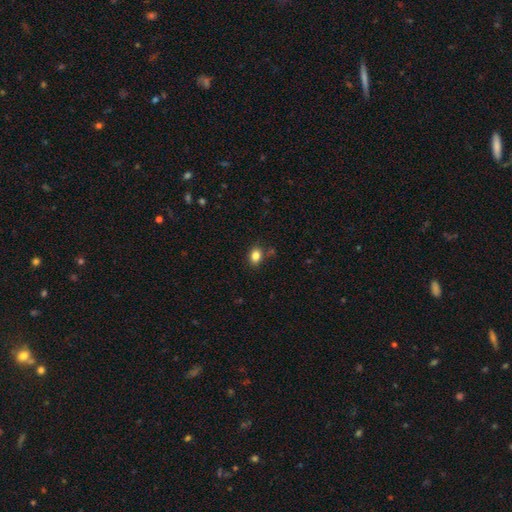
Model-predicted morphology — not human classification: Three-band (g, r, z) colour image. It shows a smooth galaxy with no disk features (84%) that is in between round and cigar-shaped (65%). Merging: none (82%).